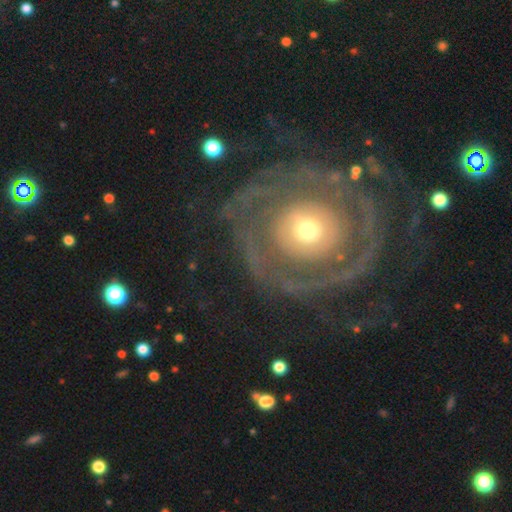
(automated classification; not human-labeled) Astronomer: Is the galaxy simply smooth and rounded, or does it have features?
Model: featured or disk — 80%.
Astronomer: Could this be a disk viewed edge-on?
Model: no — 96%.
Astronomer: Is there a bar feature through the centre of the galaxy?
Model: no — 86%.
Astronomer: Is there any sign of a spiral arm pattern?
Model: yes — 69%.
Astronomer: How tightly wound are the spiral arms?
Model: tight — 74%.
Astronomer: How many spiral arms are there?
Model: can't tell — 37% (runner-up: 2, 26%).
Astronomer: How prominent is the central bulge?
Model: moderate — 51% (runner-up: small, 35%).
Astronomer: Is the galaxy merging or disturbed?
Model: none — 71%.